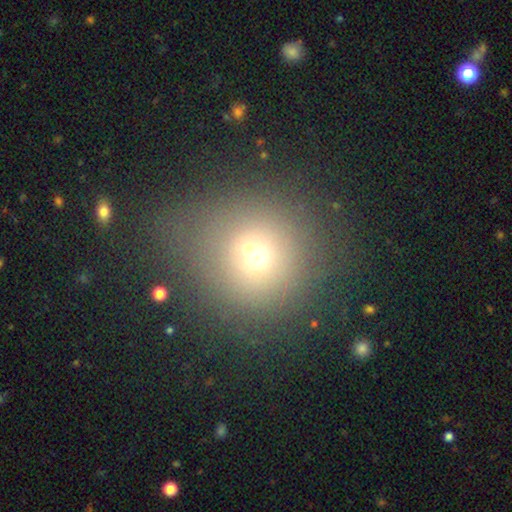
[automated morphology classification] This is possibly a smooth galaxy (59%). How rounded: clearly round (90%). Merging: possibly none (47%).